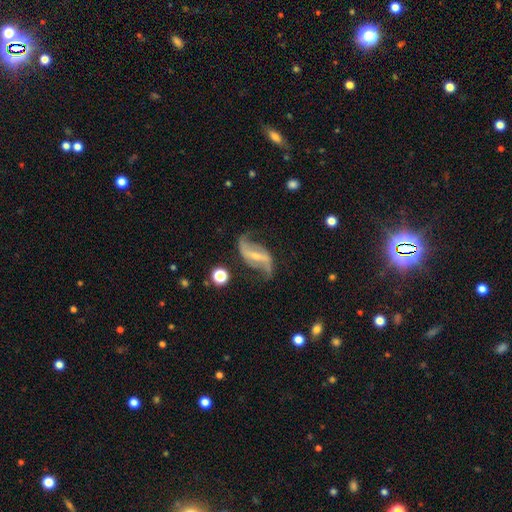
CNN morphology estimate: Smooth or featured? Predicted: featured or disk (p=0.86). Edge-on disk? Predicted: no (p=0.95). Bar? Predicted: strong (p=0.52). Spiral arms? Predicted: yes (p=0.94). Spiral winding? Predicted: loose (p=0.76). Spiral arm count? Predicted: 2 (p=0.91). Bulge size? Predicted: small (p=0.60). Merging? Predicted: none (p=0.68).